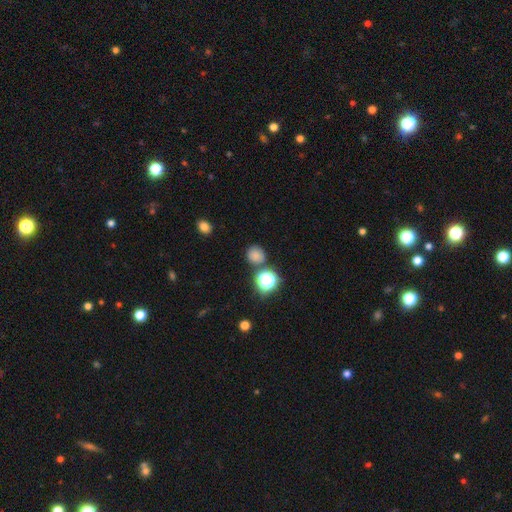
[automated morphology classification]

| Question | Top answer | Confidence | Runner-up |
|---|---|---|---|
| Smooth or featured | smooth | 75% | star or artifact (19%) |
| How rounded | round | 87% | in between (12%) |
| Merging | none | 78% | minor disturbance (10%) |